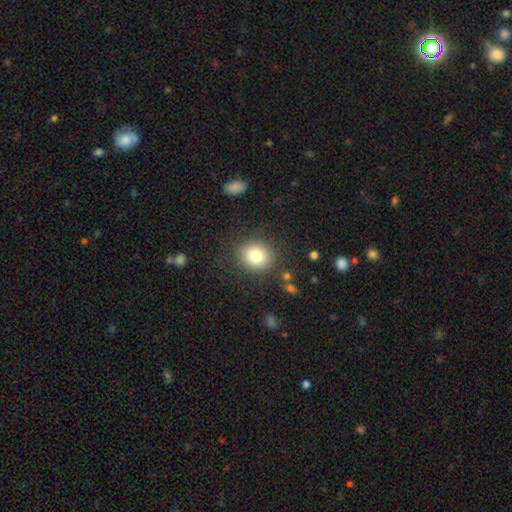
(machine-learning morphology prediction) Smooth or featured?
  - smooth: 80% *
  - star or artifact: 11%
  - featured or disk: 10%
How rounded?
  - round: 74% *
  - in between: 25%
  - cigar-shaped: 1%
Merging?
  - none: 85% *
  - minor disturbance: 9%
  - major disturbance: 4%
  - merger: 2%